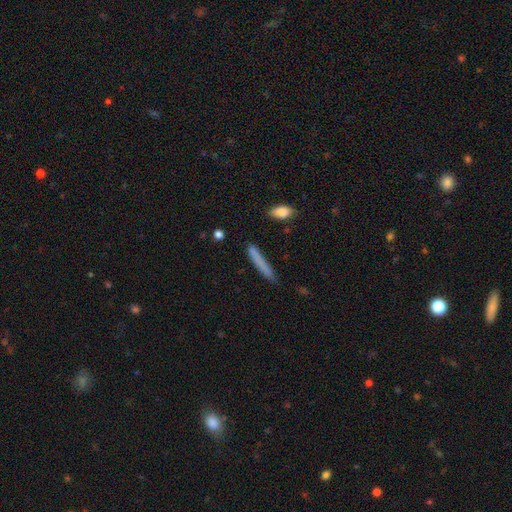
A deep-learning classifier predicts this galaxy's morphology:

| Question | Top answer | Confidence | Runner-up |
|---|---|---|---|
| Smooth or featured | smooth | 76% | featured or disk (17%) |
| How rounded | cigar-shaped | 94% | in between (4%) |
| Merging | none | 82% | minor disturbance (13%) |